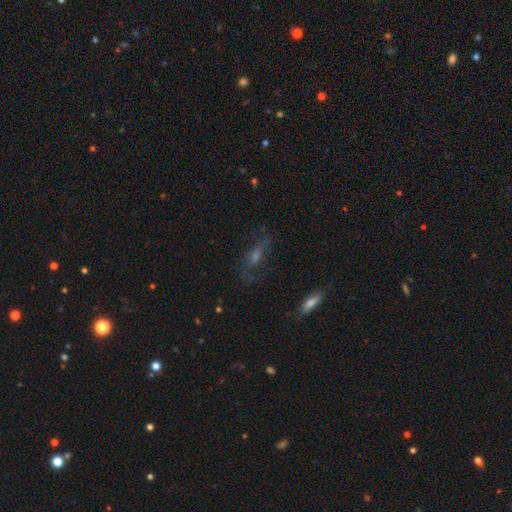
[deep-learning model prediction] Morphology: type=featured or disk (56%); edge-on=no (79%); merging=none (66%).